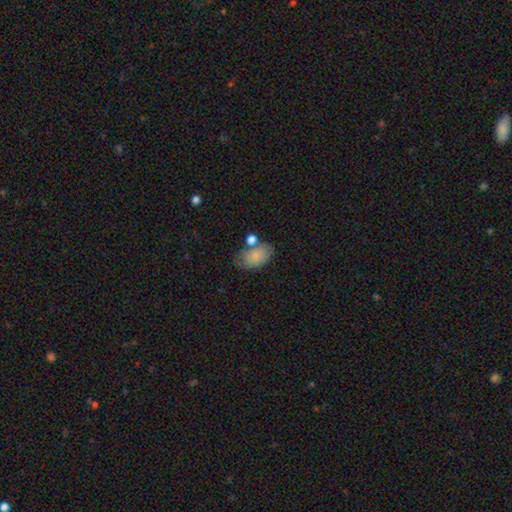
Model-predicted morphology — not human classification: This appears to be a smooth galaxy with no disk features (82%) that is in between round and cigar-shaped (89%). Merging: none (54%).